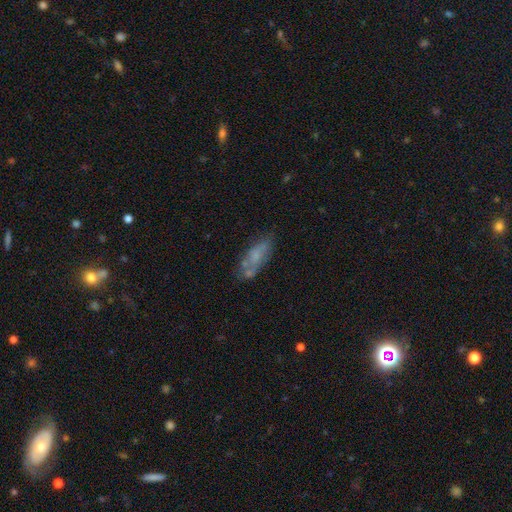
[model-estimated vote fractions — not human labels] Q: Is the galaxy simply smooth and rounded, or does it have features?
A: smooth — 54%.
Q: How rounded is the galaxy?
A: in between — 61%.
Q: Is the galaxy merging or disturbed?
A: none — 54%.